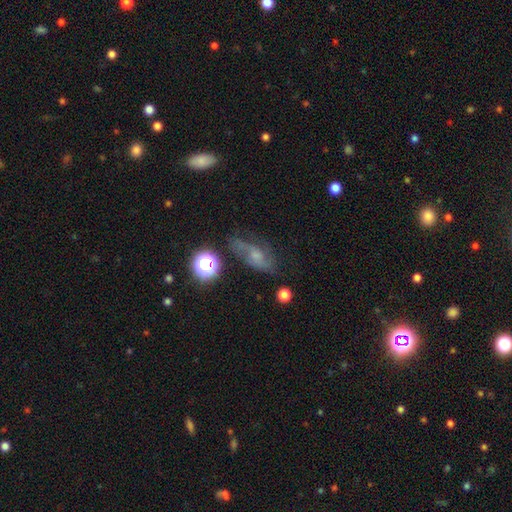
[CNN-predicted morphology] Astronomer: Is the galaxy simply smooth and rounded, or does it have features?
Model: featured or disk — 46% (runner-up: smooth, 34%).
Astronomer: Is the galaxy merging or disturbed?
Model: none — 54%.